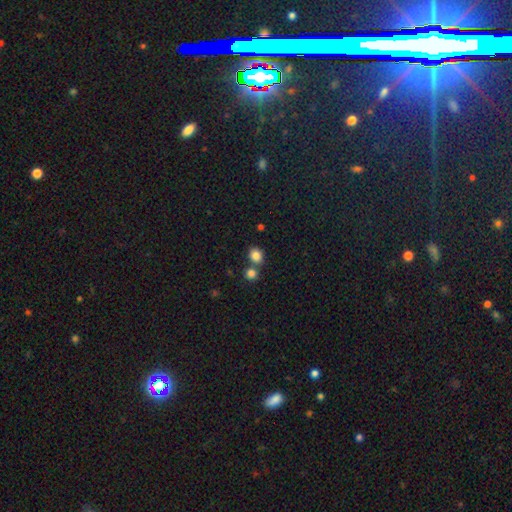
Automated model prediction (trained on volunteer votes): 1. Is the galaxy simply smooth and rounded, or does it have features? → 84% smooth, 11% star or artifact, 5% featured or disk.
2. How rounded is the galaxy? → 70% round, 29% in between, 1% cigar-shaped.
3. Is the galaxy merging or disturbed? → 64% none, 25% merger, 8% minor disturbance, 3% major disturbance.